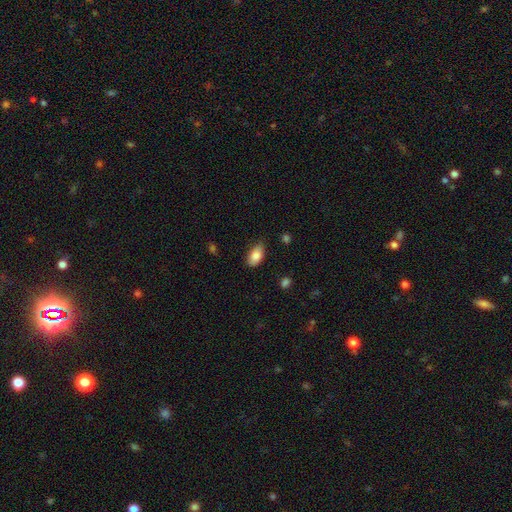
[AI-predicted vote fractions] Smooth or featured? Predicted: smooth (p=0.84). How rounded? Predicted: in between (p=0.92). Merging? Predicted: none (p=0.70).